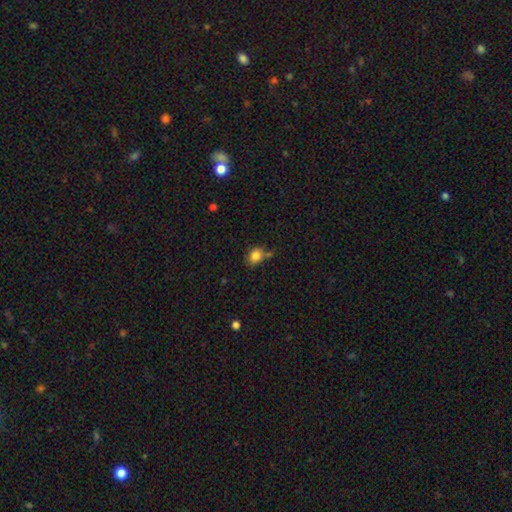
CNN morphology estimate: A smooth galaxy with no disk features (83%) that is round (57%).

Vote fractions:
- Smooth or featured? smooth: 83% / star or artifact: 10% / featured or disk: 6%
- How rounded? round: 57% / in between: 42% / cigar-shaped: 1%
- Merging? none: 58% / minor disturbance: 22% / merger: 15% / major disturbance: 6%